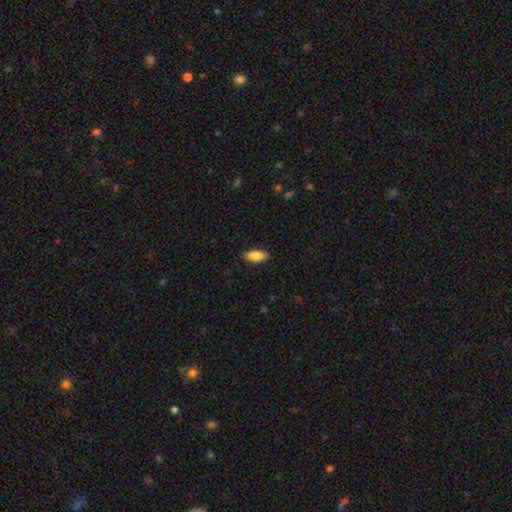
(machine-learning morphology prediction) Q: Smooth or featured?
A: smooth (88%); runner-up: star or artifact (6%)
Q: How rounded?
A: in between (89%); runner-up: cigar-shaped (9%)
Q: Merging?
A: none (89%); runner-up: minor disturbance (8%)